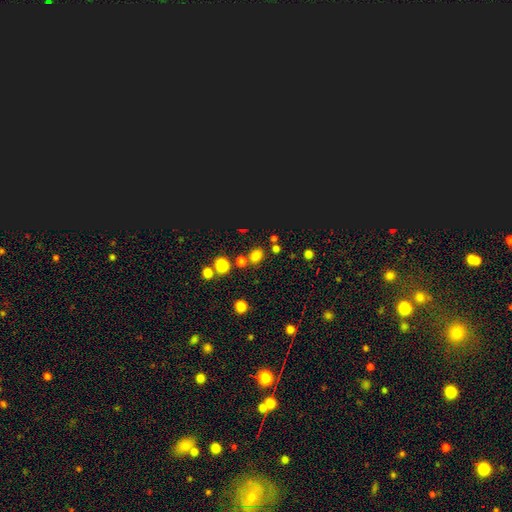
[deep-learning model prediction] This appears to be a smooth galaxy with no disk features (70%) that is round (52%). Merging: none (74%).